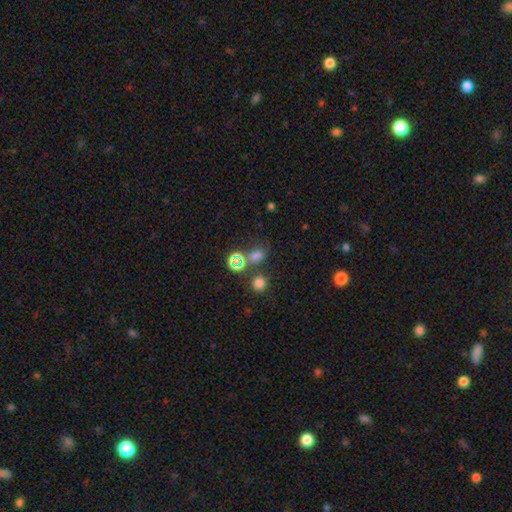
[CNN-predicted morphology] Smooth or featured? Predicted: smooth (p=0.61). How rounded? Predicted: round (p=0.52). Merging? Predicted: none (p=0.59).